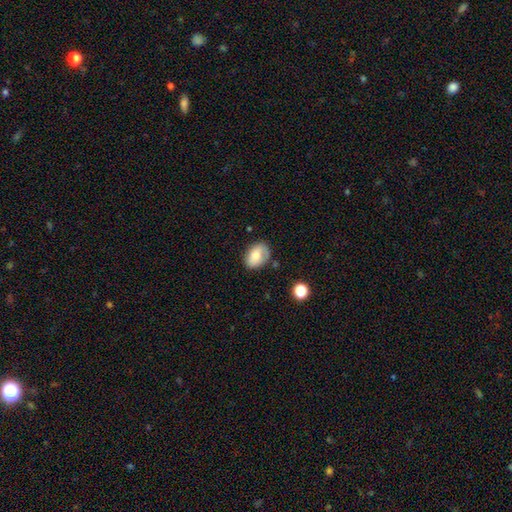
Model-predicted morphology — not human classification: Q: Smooth or featured?
A: smooth (73%); runner-up: featured or disk (19%)
Q: How rounded?
A: in between (80%); runner-up: round (18%)
Q: Merging?
A: none (64%); runner-up: minor disturbance (25%)